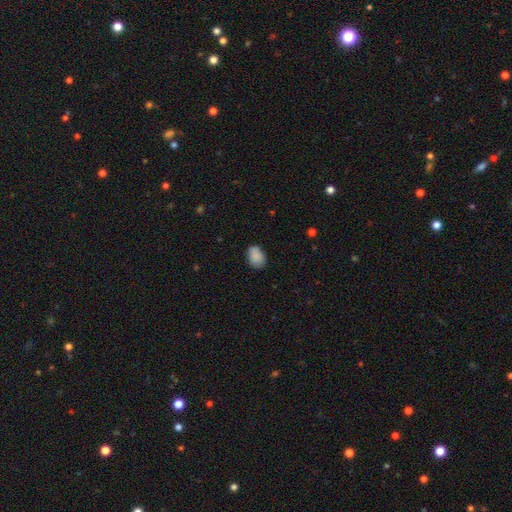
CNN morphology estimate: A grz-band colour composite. It shows a smooth galaxy with no disk features (85%) that is in between round and cigar-shaped (76%). Merging: none (69%).